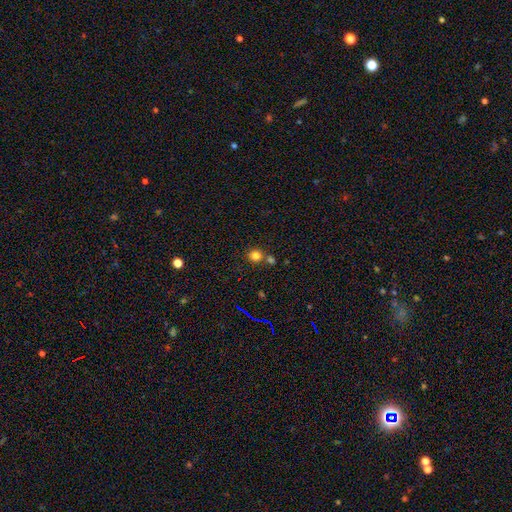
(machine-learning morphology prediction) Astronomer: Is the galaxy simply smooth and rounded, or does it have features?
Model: smooth — 80%.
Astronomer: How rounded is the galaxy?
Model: round — 89%.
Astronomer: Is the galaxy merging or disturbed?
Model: none — 68%.